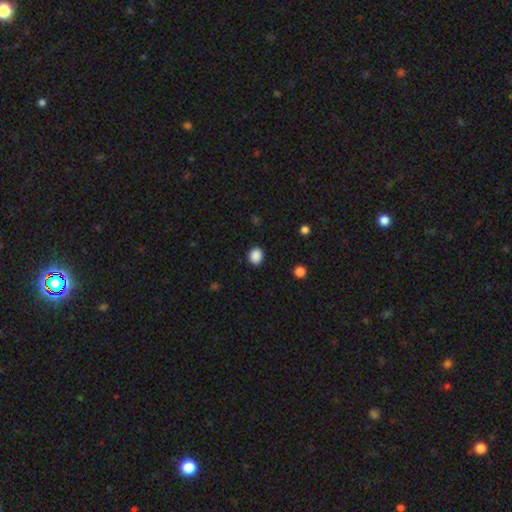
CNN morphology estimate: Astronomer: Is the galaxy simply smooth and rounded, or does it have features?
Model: smooth — 88%.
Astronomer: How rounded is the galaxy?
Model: round — 68%.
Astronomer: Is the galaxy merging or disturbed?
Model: none — 90%.